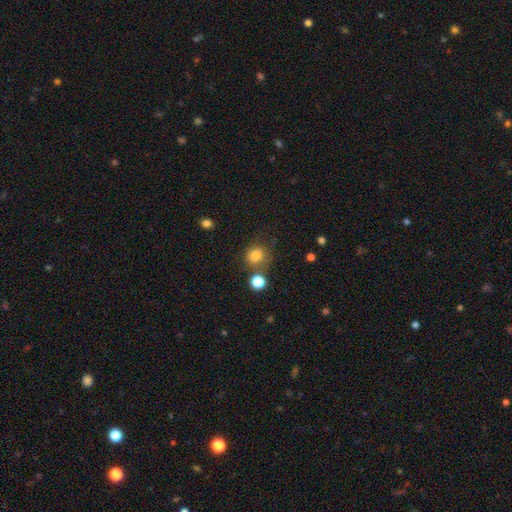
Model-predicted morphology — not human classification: This appears to be a smooth galaxy with no disk features (82%) that is round (84%). Merging: none (70%).